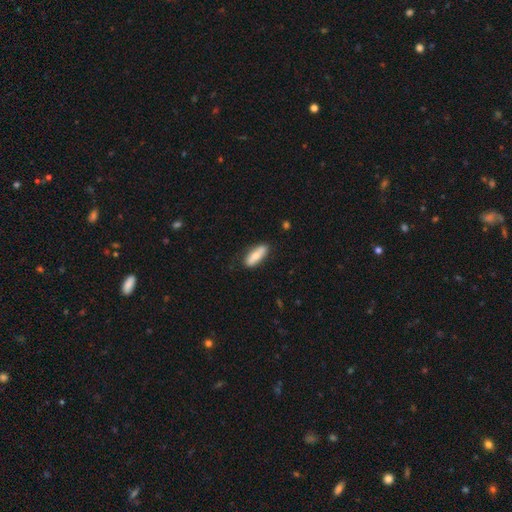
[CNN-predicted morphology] Q: Smooth or featured?
A: smooth (71%); runner-up: featured or disk (23%)
Q: How rounded?
A: in between (58%); runner-up: cigar-shaped (40%)
Q: Merging?
A: none (80%); runner-up: minor disturbance (15%)